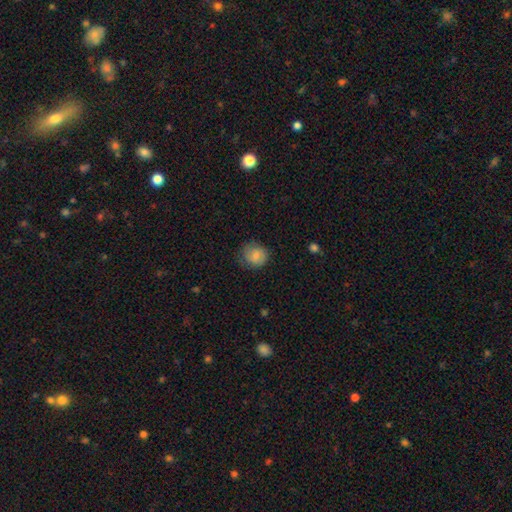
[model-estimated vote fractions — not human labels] A smooth galaxy with no disk features (81%) that is round (77%).

Vote fractions:
- Smooth or featured? smooth: 81% / featured or disk: 10% / star or artifact: 8%
- How rounded? round: 77% / in between: 22% / cigar-shaped: 1%
- Merging? none: 70% / minor disturbance: 23% / major disturbance: 7% / merger: 1%